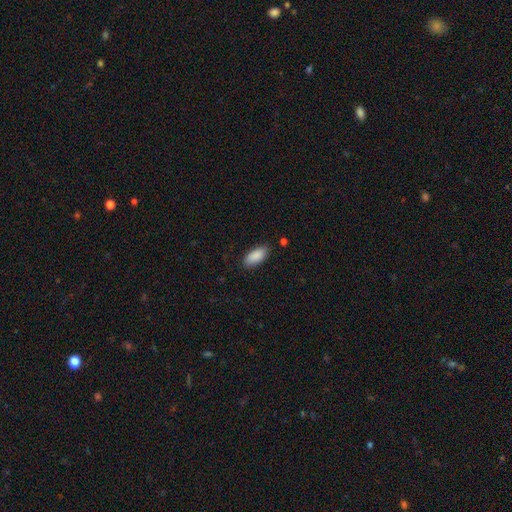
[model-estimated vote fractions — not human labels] Overall: smooth (90%). How rounded: in between (88%). Merging: none (85%).